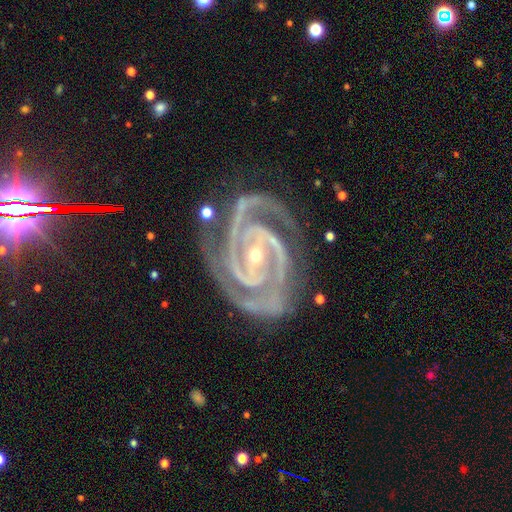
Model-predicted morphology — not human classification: This appears to be a featured or disk galaxy (94%) with a strong bar (45%), 2 (66%) tight (74%) spiral arms (99%) and a small central bulge (65%). Merging: none (73%).